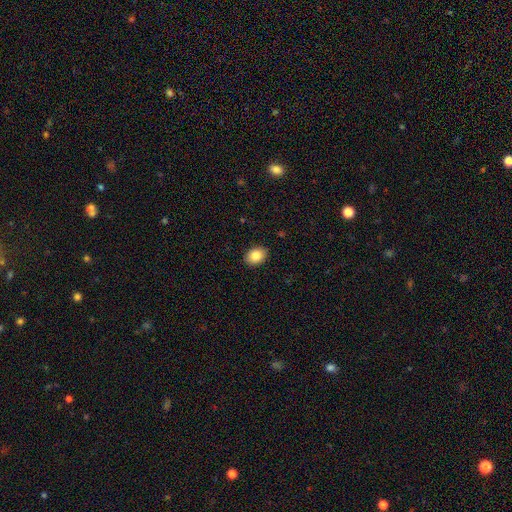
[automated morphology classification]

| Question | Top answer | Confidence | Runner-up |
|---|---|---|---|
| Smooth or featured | smooth | 85% | star or artifact (8%) |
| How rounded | in between | 71% | round (28%) |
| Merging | none | 89% | minor disturbance (8%) |